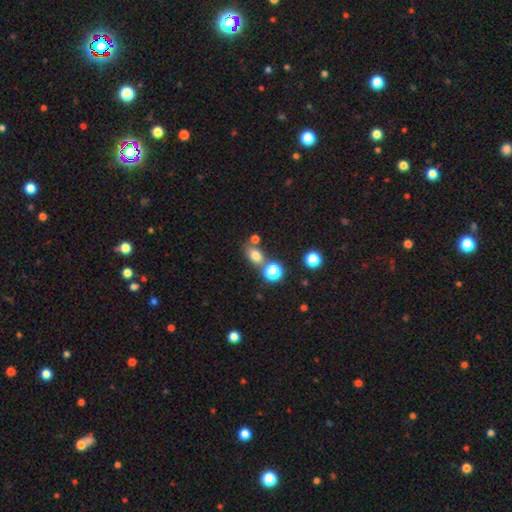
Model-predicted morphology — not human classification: A smooth galaxy with no disk features (75%) that is in between round and cigar-shaped (68%).

Vote fractions:
- Smooth or featured? smooth: 75% / star or artifact: 16% / featured or disk: 9%
- How rounded? in between: 68% / round: 30% / cigar-shaped: 2%
- Merging? none: 62% / merger: 21% / minor disturbance: 13% / major disturbance: 5%